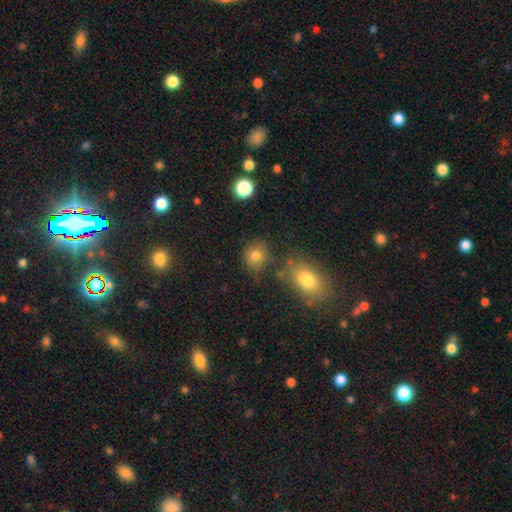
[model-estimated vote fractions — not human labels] Morphology: type=smooth (79%); roundness=round (77%); merging=none (71%).